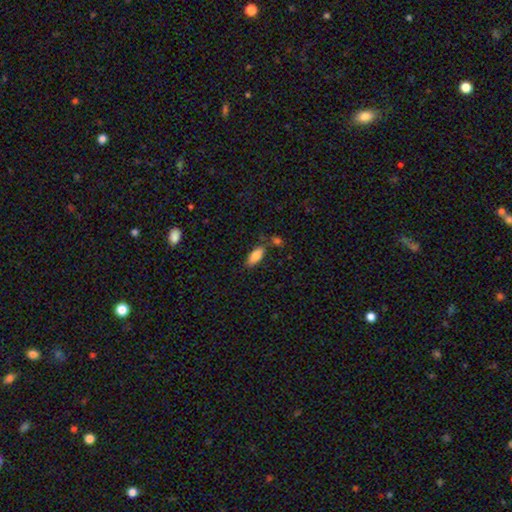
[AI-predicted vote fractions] Morphology: type=smooth (83%); roundness=in between (84%); merging=none (71%).